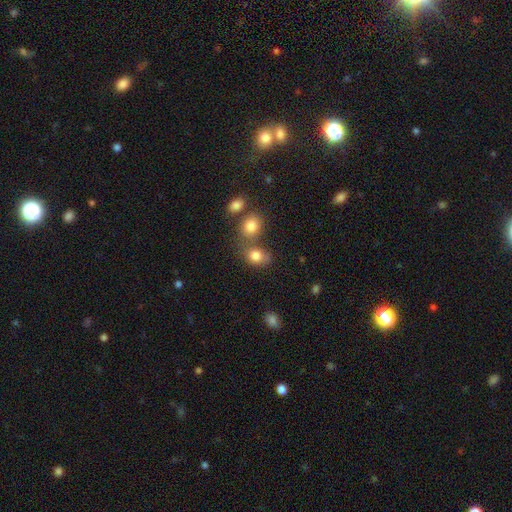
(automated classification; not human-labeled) A smooth galaxy with no disk features (81%) that is in between round and cigar-shaped (52%). Merging: none (47%).